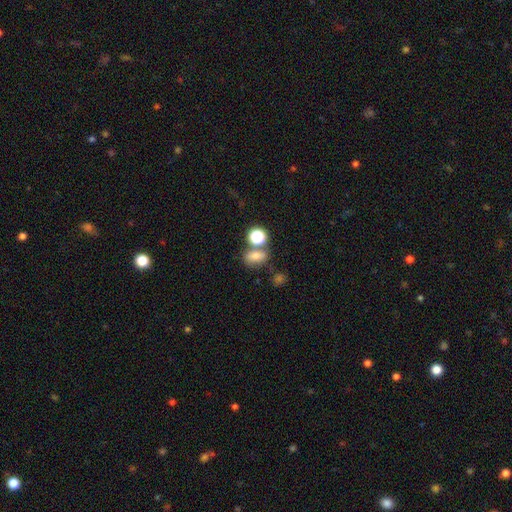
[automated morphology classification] Overall: smooth (71%). How rounded: in between (67%; round 30%). Merging: none (55%; merger 26%).